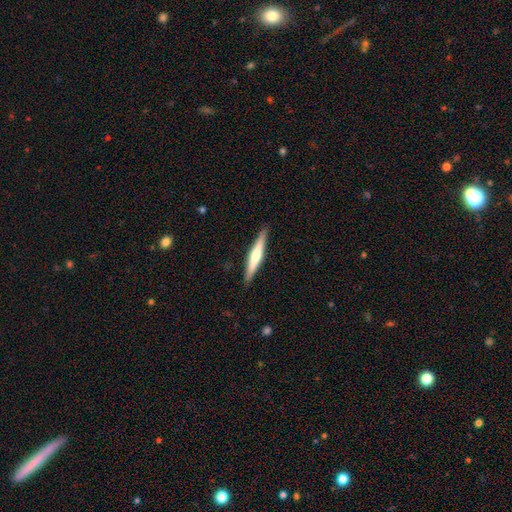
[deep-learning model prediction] featured or disk 56%, smooth 39%, star or artifact 5%. Down the decision tree: edge-on disk — yes (97%); edge-on bulge — rounded (72%); merging — none (91%).